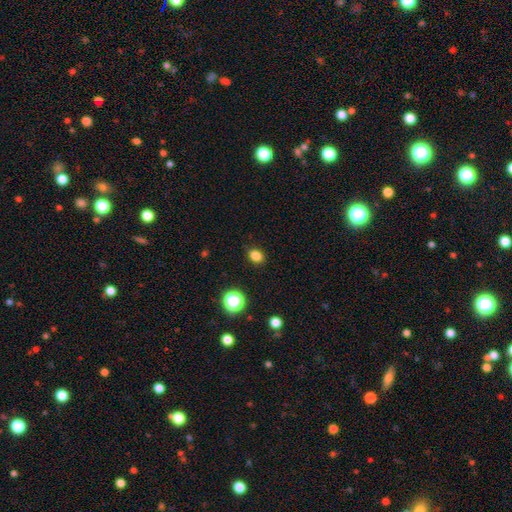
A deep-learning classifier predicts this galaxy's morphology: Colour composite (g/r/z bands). It shows a smooth galaxy with no disk features (83%) that is in between round and cigar-shaped (56%). Merging: none (88%).